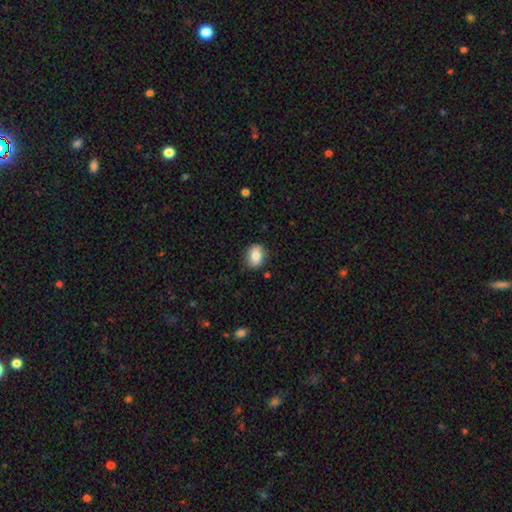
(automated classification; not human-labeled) smooth_or_featured: smooth (p=0.80) [alt: featured or disk p=0.12]
how_rounded: in between (p=0.55) [alt: round p=0.44]
merging: none (p=0.83) [alt: minor disturbance p=0.12]